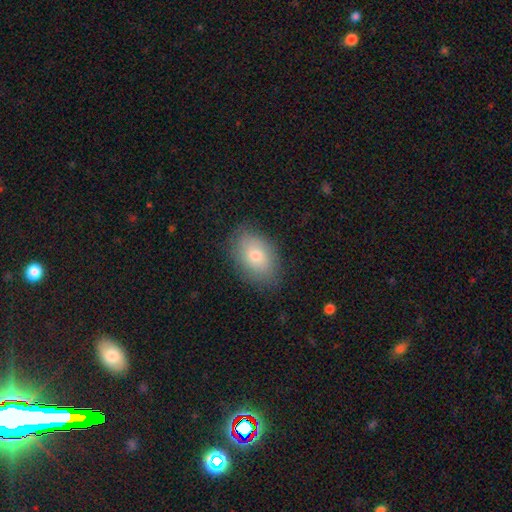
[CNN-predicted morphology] Overall: smooth (70%). How rounded: in between (86%). Merging: none (81%).